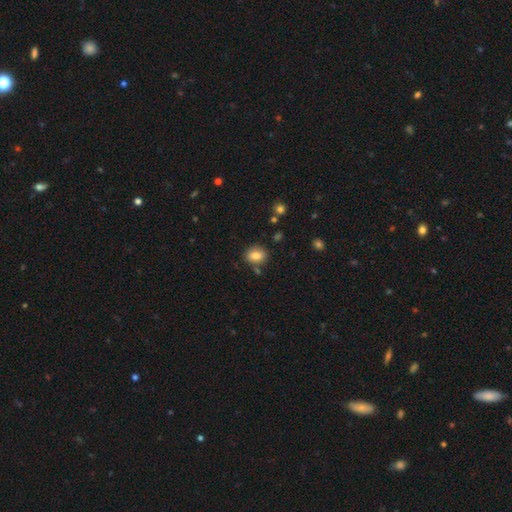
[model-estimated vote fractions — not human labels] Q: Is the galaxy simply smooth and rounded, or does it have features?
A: smooth — 82%.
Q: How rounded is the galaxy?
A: in between — 63%.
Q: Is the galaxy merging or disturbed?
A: none — 79%.